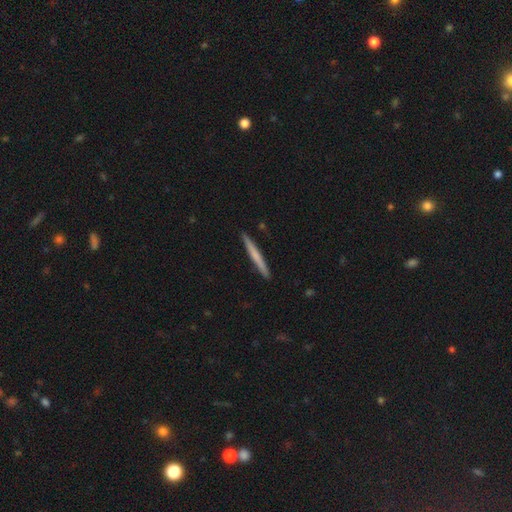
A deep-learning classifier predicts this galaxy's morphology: Smooth or featured? smooth (59%)
How rounded? cigar-shaped (97%)
Merging? none (92%)